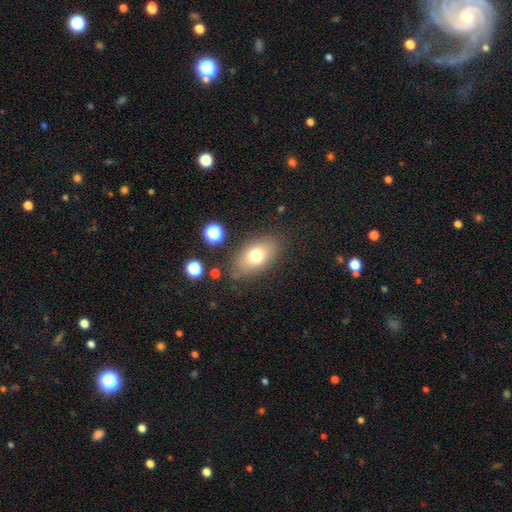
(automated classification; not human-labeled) This is likely a smooth galaxy (74%). How rounded: clearly in between (86%). Merging: likely none (80%).